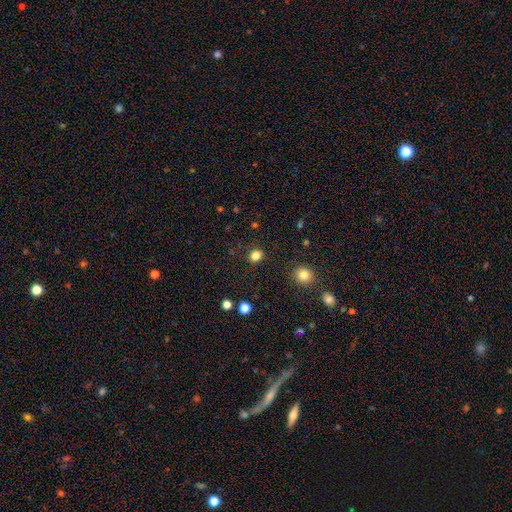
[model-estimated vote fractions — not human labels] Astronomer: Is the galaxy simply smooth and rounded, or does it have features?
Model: smooth — 83%.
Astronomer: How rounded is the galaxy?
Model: round — 76%.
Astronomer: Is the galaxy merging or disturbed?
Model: none — 88%.